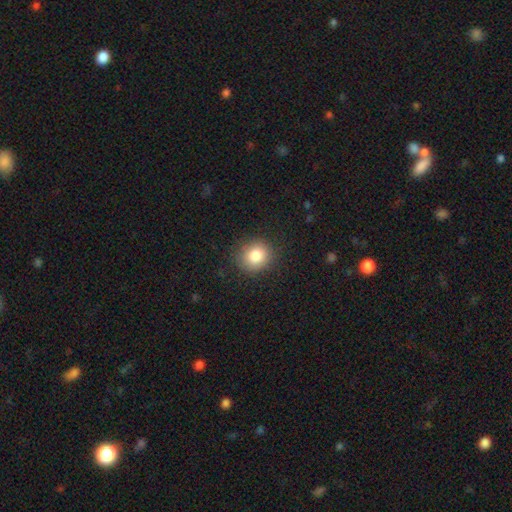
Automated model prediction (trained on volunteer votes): Smooth or featured?
  - smooth: 84% *
  - star or artifact: 10%
  - featured or disk: 6%
How rounded?
  - round: 82% *
  - in between: 17%
  - cigar-shaped: 1%
Merging?
  - none: 86% *
  - minor disturbance: 10%
  - major disturbance: 3%
  - merger: 1%